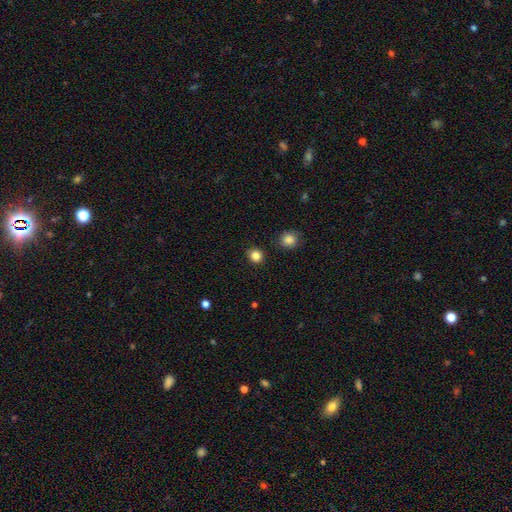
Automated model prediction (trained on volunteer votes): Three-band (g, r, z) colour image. It shows a smooth galaxy with no disk features (84%) that is round (87%). Merging: none (90%).